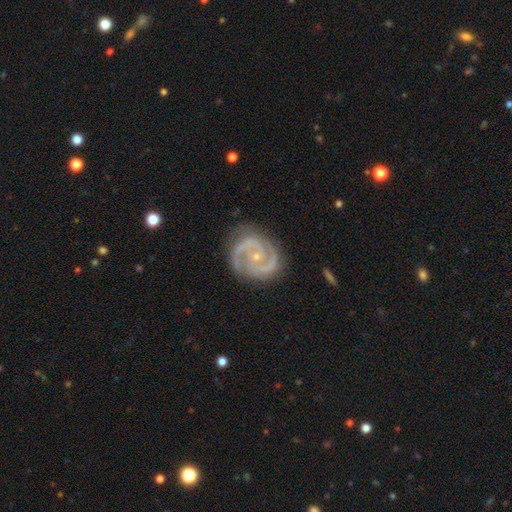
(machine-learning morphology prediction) type=featured or disk (92%); edge-on=no (98%); bar=no (60%); spiral arms=yes (98%); winding=medium (48%); arm count=2 (88%); bulge=small (78%); merging=none (80%).